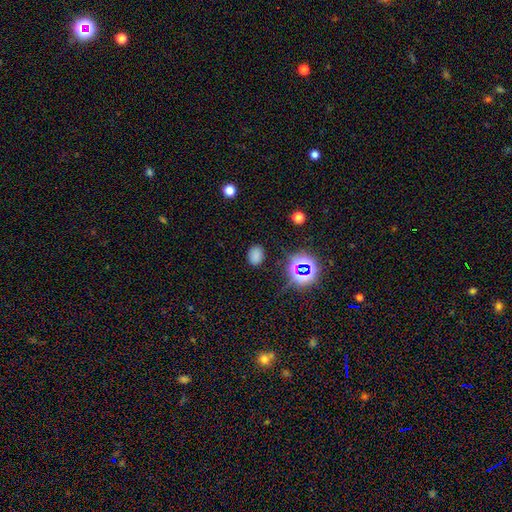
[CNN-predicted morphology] smooth-or-featured: smooth: 70% | star or artifact: 24% | featured or disk: 6%
  how-rounded: in between: 76% | round: 23% | cigar-shaped: 1%
  merging: none: 83% | minor disturbance: 12% | major disturbance: 4% | merger: 2%